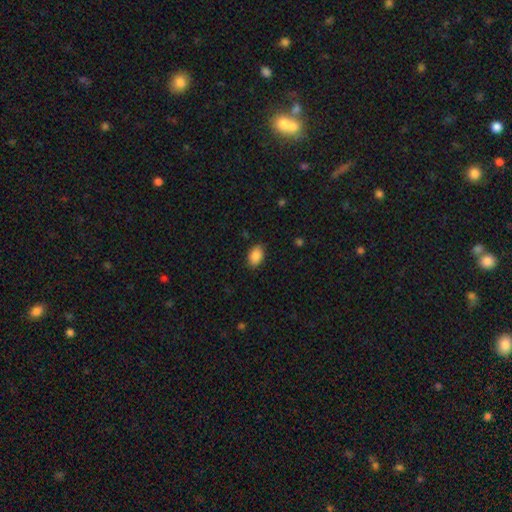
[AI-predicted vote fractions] A smooth galaxy with no disk features (88%) that is in between round and cigar-shaped (88%). Merging: none (86%).